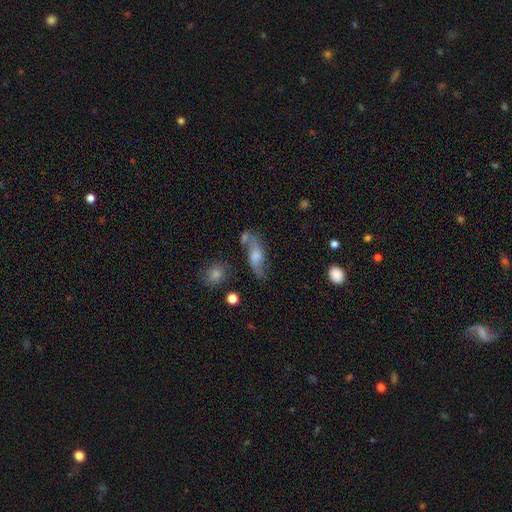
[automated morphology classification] Smooth or featured? featured or disk (56%)
Edge-on disk? no (79%)
Merging? none (55%)